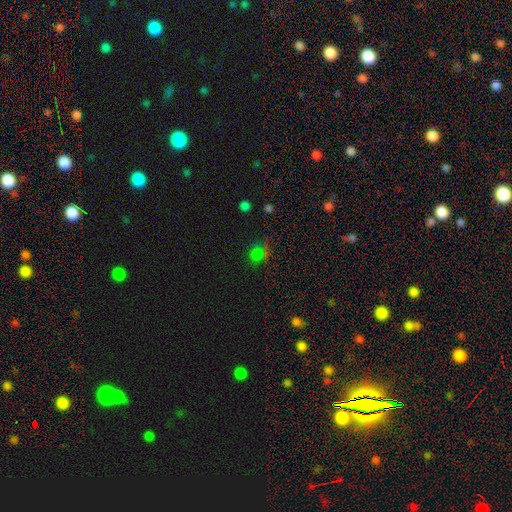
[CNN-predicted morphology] Q: Smooth or featured?
A: smooth (47%); runner-up: star or artifact (46%)
Q: Merging?
A: none (70%); runner-up: minor disturbance (16%)